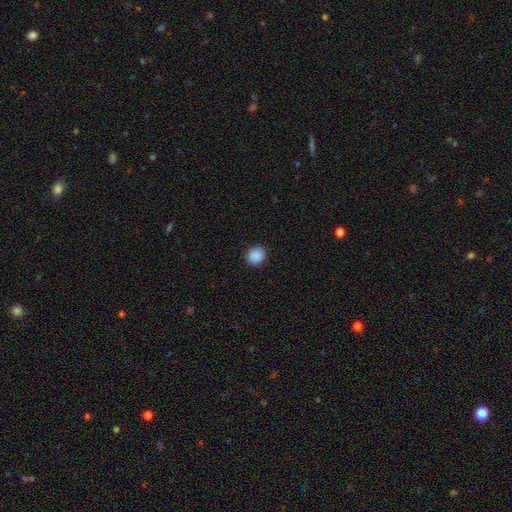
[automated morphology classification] Smooth or featured? Predicted: smooth (p=0.89). How rounded? Predicted: round (p=0.82). Merging? Predicted: none (p=0.91).